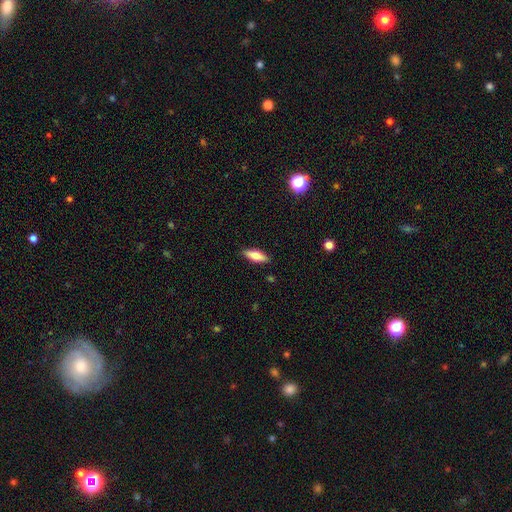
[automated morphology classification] Smooth or featured? Predicted: smooth (p=0.72). How rounded? Predicted: in between (p=0.58). Merging? Predicted: none (p=0.88).